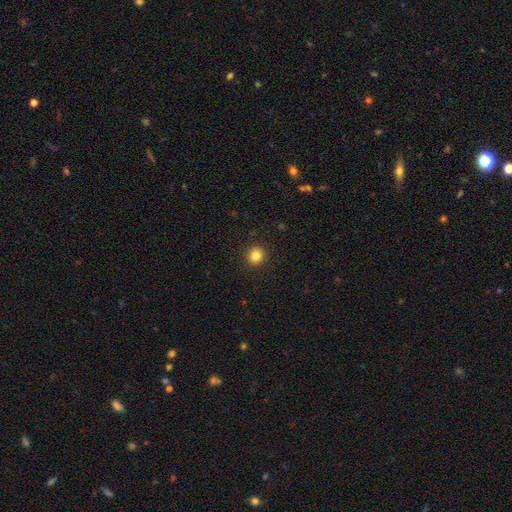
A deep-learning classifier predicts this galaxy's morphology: Q: Smooth or featured?
A: smooth (83%); runner-up: star or artifact (12%)
Q: How rounded?
A: round (91%); runner-up: in between (8%)
Q: Merging?
A: none (92%); runner-up: minor disturbance (5%)